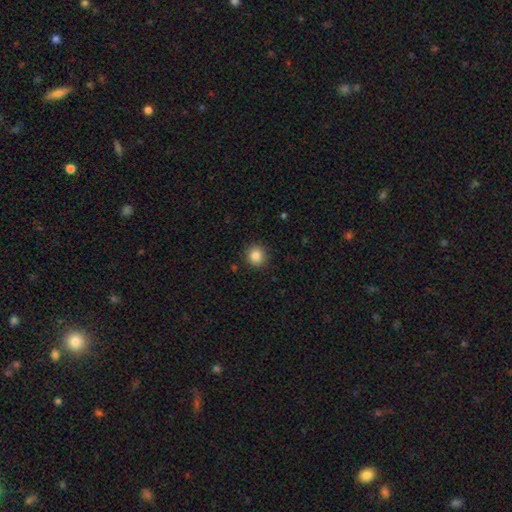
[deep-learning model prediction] A smooth galaxy with no disk features (85%) that is round (86%).

Vote fractions:
- Smooth or featured? smooth: 85% / star or artifact: 10% / featured or disk: 5%
- How rounded? round: 86% / in between: 13% / cigar-shaped: 1%
- Merging? none: 90% / minor disturbance: 7% / major disturbance: 2% / merger: 1%